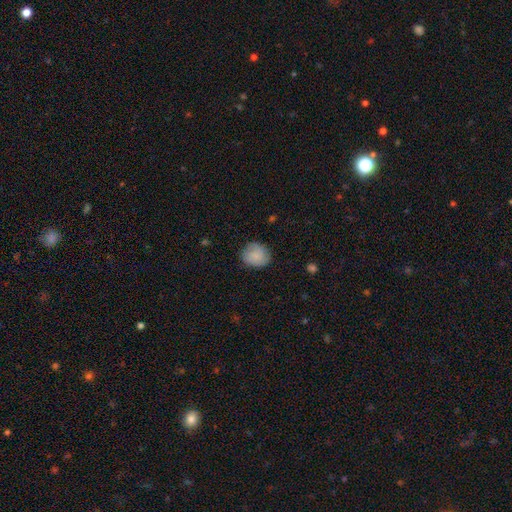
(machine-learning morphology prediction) Q: Smooth or featured?
A: smooth (84%); runner-up: featured or disk (9%)
Q: How rounded?
A: round (75%); runner-up: in between (24%)
Q: Merging?
A: none (80%); runner-up: minor disturbance (15%)